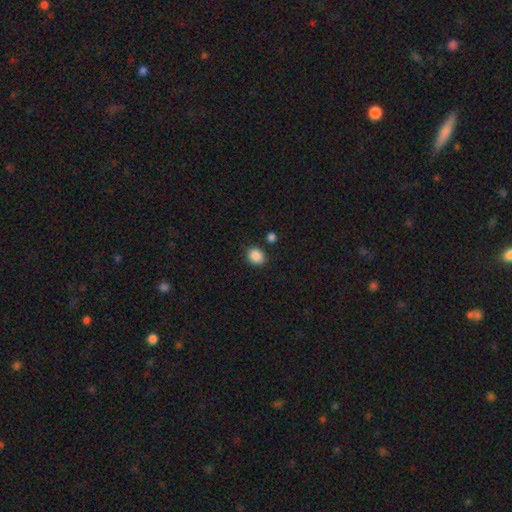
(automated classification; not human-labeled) Morphology: type=smooth (88%); roundness=round (63%); merging=none (83%).